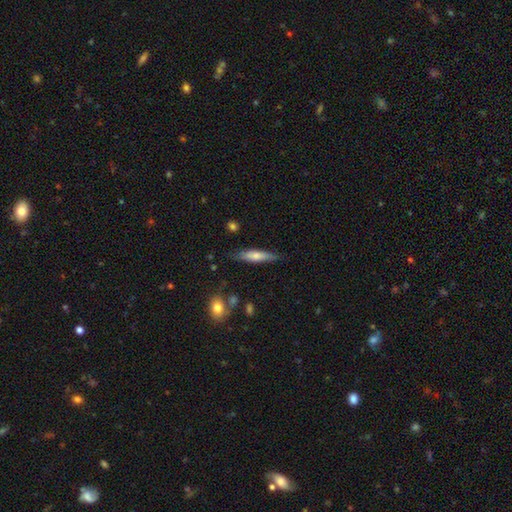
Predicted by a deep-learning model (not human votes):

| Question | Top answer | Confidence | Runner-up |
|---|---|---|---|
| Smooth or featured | smooth | 63% | featured or disk (31%) |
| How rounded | cigar-shaped | 79% | in between (19%) |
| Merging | none | 79% | minor disturbance (16%) |